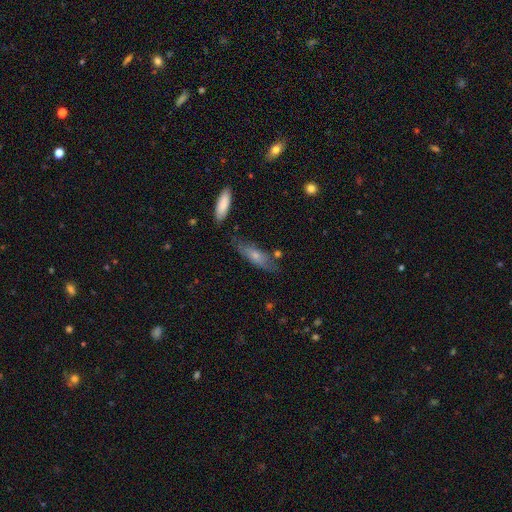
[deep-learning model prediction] Overall: smooth (63%; featured or disk 30%). How rounded: cigar-shaped (57%; in between 41%). Merging: none (68%).